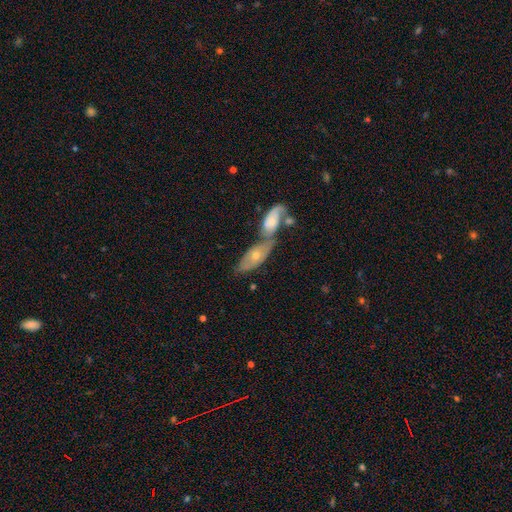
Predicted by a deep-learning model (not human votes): This appears to be a smooth galaxy with no disk features (50%) that is in between round and cigar-shaped (78%). Merging: merger (62%).